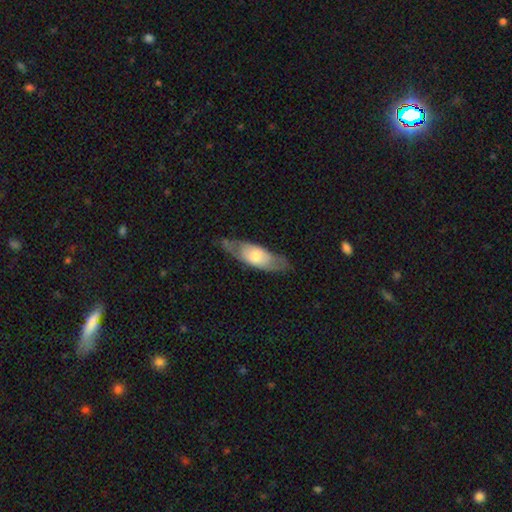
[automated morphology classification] smooth_or_featured: featured or disk (p=0.48) [alt: smooth p=0.47]
merging: none (p=0.70) [alt: minor disturbance p=0.21]